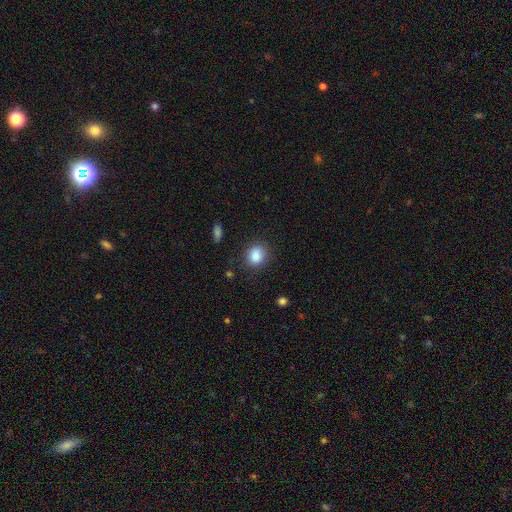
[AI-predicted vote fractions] Q: Smooth or featured?
A: smooth (87%); runner-up: star or artifact (9%)
Q: How rounded?
A: round (66%); runner-up: in between (33%)
Q: Merging?
A: none (82%); runner-up: minor disturbance (13%)